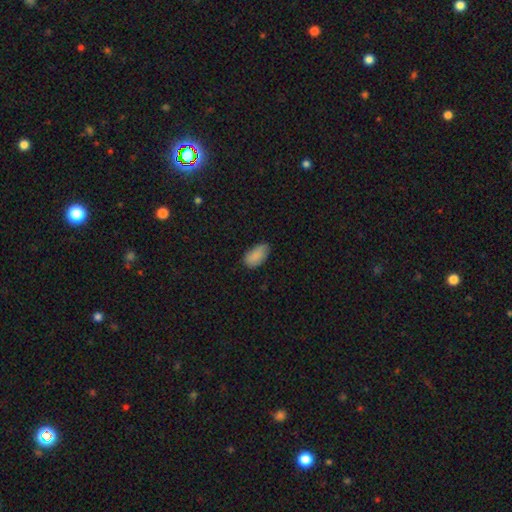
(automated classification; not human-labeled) smooth_or_featured: smooth (p=0.88) [alt: star or artifact p=0.07]
how_rounded: in between (p=0.94) [alt: round p=0.04]
merging: none (p=0.69) [alt: minor disturbance p=0.26]